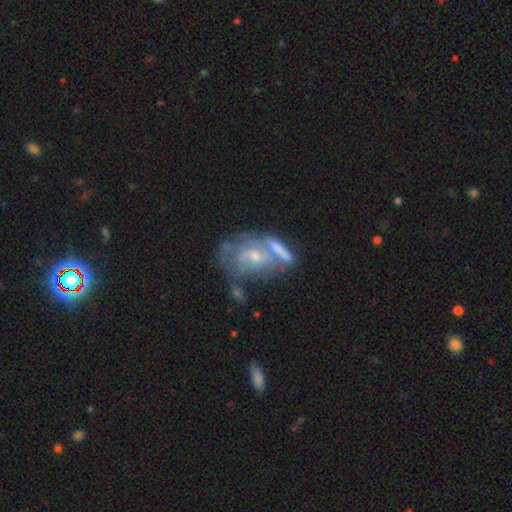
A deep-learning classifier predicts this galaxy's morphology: smooth_or_featured: featured or disk (p=0.67) [alt: smooth p=0.24]
disk_edge_on: no (p=0.93) [alt: yes p=0.07]
bar: no (p=0.62) [alt: weak p=0.30]
has_spiral_arms: yes (p=0.63) [alt: no p=0.37]
bulge_size: small (p=0.57) [alt: moderate p=0.35]
merging: merger (p=0.39) [alt: none p=0.30]